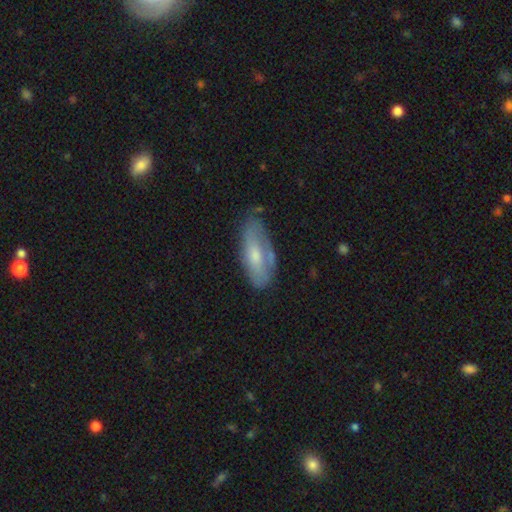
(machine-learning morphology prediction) A smooth galaxy with no disk features (55%) that is in between round and cigar-shaped (76%). Merging: none (58%).